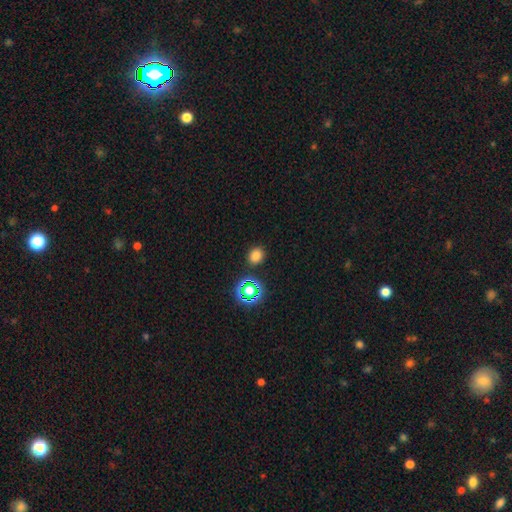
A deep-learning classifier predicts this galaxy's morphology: This appears to be a smooth galaxy with no disk features (77%) that is round (59%). Merging: none (86%).